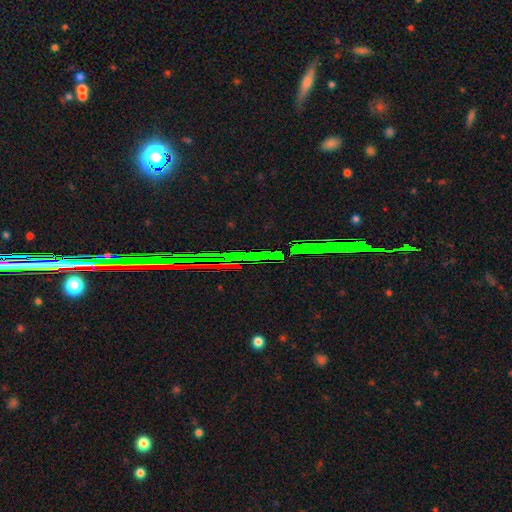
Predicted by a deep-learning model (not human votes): A star or artifact, not a galaxy (80%).

Vote fractions:
- Smooth or featured? star or artifact: 80% / featured or disk: 11% / smooth: 9%